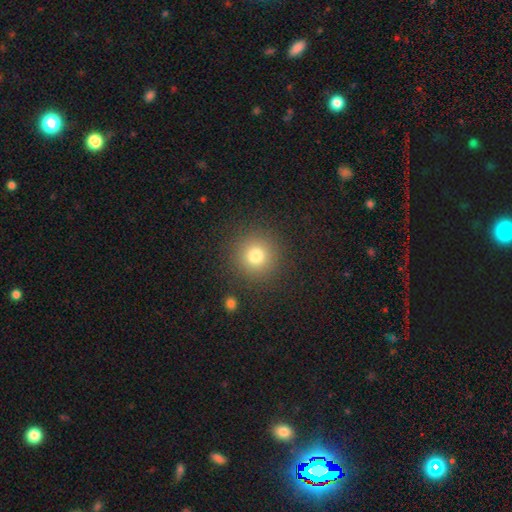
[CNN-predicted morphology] Smooth or featured?
  - smooth: 78% *
  - star or artifact: 14%
  - featured or disk: 8%
How rounded?
  - round: 94% *
  - in between: 5%
  - cigar-shaped: 1%
Merging?
  - none: 89% *
  - minor disturbance: 6%
  - major disturbance: 3%
  - merger: 2%